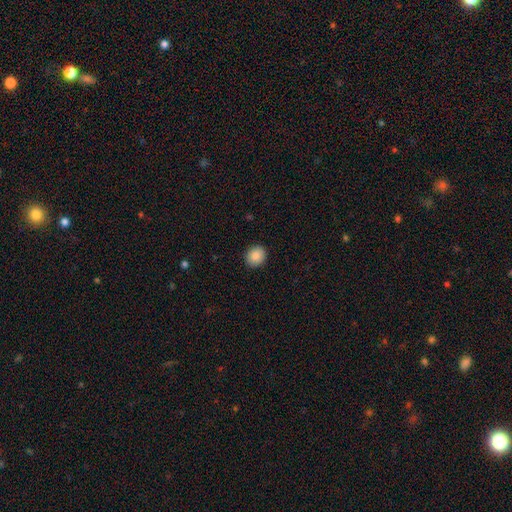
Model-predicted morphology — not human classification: Smooth or featured? smooth (88%)
How rounded? round (72%)
Merging? none (91%)